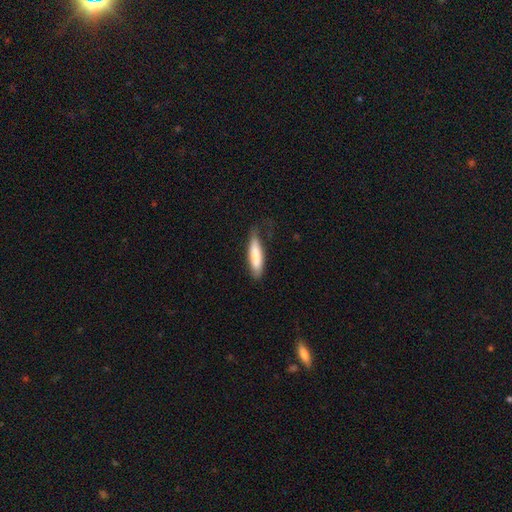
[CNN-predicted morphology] Smooth or featured: smooth — 79% (featured or disk — 15%)
How rounded: cigar-shaped — 72% (in between — 26%)
Merging: none — 61% (minor disturbance — 28%)